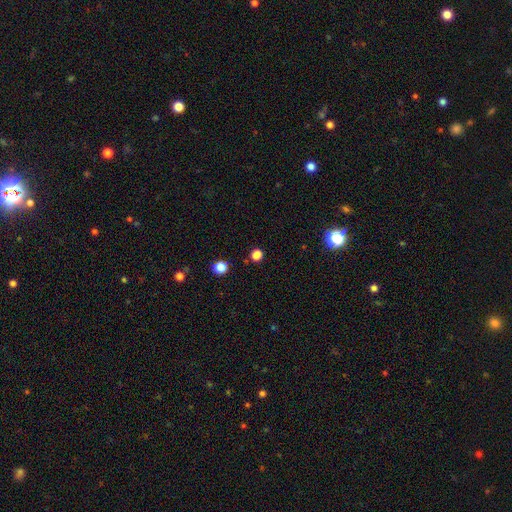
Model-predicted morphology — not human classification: Smooth or featured?
  - smooth: 75% *
  - star or artifact: 22%
  - featured or disk: 3%
How rounded?
  - round: 83% *
  - in between: 16%
  - cigar-shaped: 1%
Merging?
  - none: 88% *
  - minor disturbance: 7%
  - major disturbance: 3%
  - merger: 2%